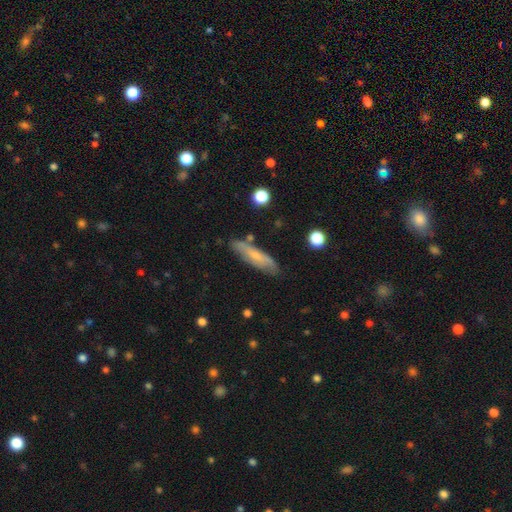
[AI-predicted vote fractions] This appears to be a smooth galaxy with no disk features (58%) that is cigar-shaped (74%). Merging: none (77%).